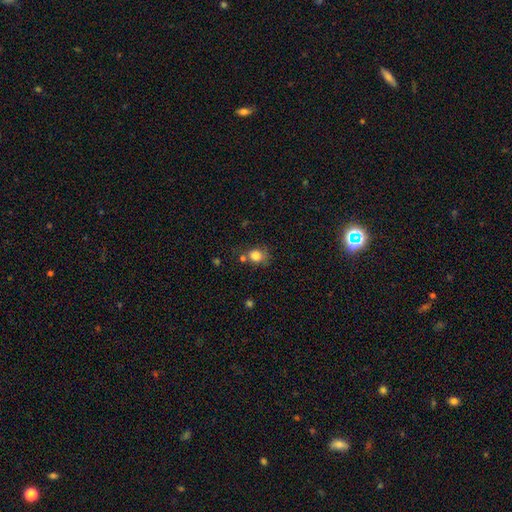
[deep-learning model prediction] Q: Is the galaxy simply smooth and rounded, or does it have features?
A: smooth — 81%.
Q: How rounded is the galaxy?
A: round — 58%.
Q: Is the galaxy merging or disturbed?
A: none — 55%.